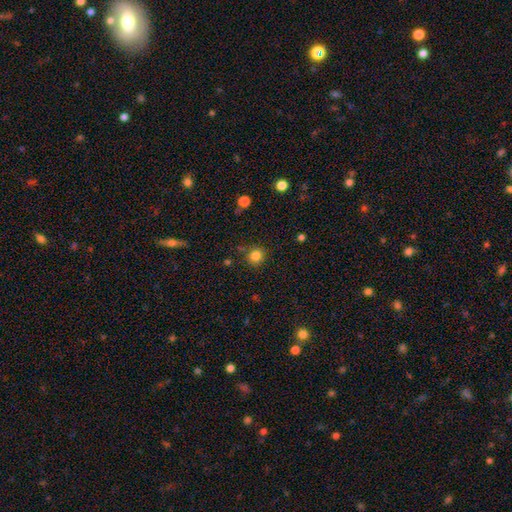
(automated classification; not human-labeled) Smooth or featured?
  - smooth: 83% *
  - star or artifact: 12%
  - featured or disk: 5%
How rounded?
  - round: 90% *
  - in between: 9%
  - cigar-shaped: 1%
Merging?
  - none: 84% *
  - minor disturbance: 10%
  - merger: 3%
  - major disturbance: 3%